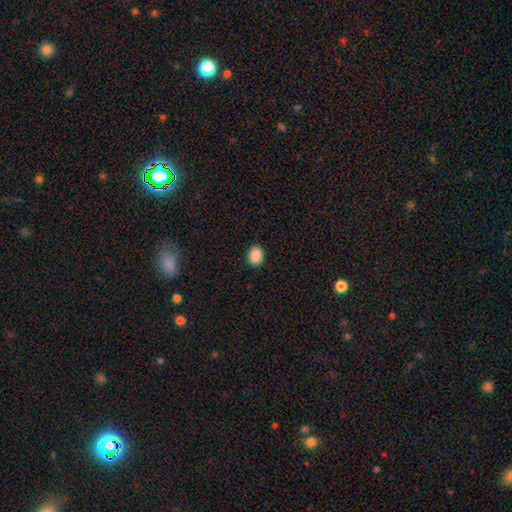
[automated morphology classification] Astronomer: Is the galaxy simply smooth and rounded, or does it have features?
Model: smooth — 88%.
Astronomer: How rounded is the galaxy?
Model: in between — 62% (runner-up: round, 37%).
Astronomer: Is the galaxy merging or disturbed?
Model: none — 90%.